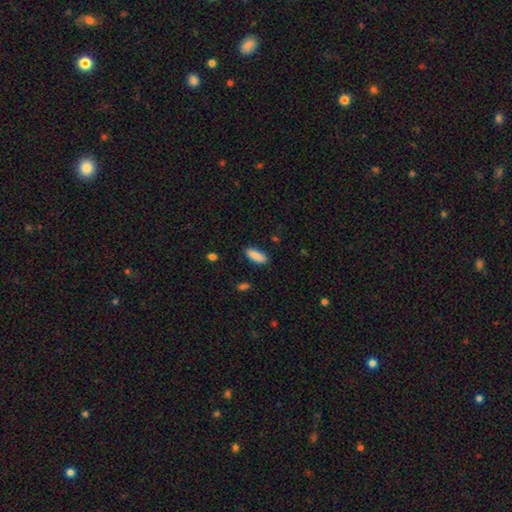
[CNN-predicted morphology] A smooth galaxy with no disk features (89%) that is in between round and cigar-shaped (68%). Merging: none (86%).